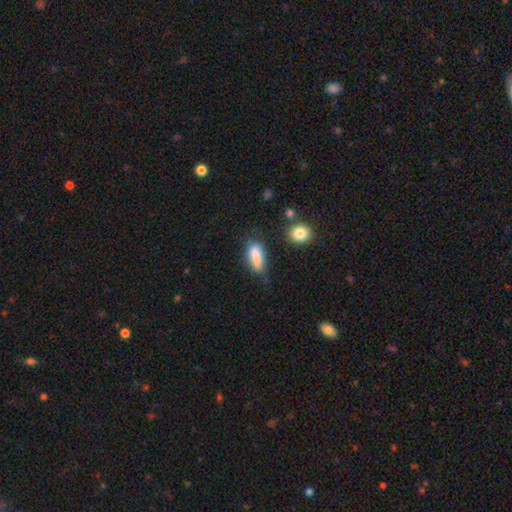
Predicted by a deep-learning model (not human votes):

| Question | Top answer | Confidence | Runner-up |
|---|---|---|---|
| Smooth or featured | smooth | 80% | featured or disk (12%) |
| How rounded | in between | 66% | cigar-shaped (30%) |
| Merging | none | 54% | minor disturbance (28%) |